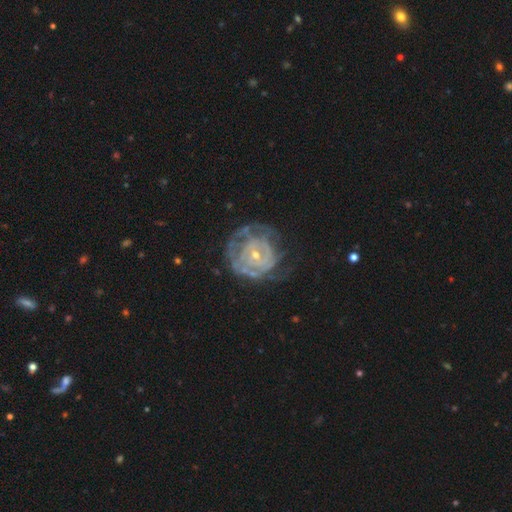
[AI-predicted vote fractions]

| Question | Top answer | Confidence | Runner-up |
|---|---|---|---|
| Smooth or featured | featured or disk | 82% | smooth (12%) |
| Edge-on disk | no | 97% | yes (3%) |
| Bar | no | 69% | weak (24%) |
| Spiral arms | yes | 80% | no (20%) |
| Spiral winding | tight | 74% | medium (19%) |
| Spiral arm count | can't tell | 51% | 2 (19%) |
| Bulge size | small | 64% | moderate (32%) |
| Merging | none | 56% | minor disturbance (23%) |